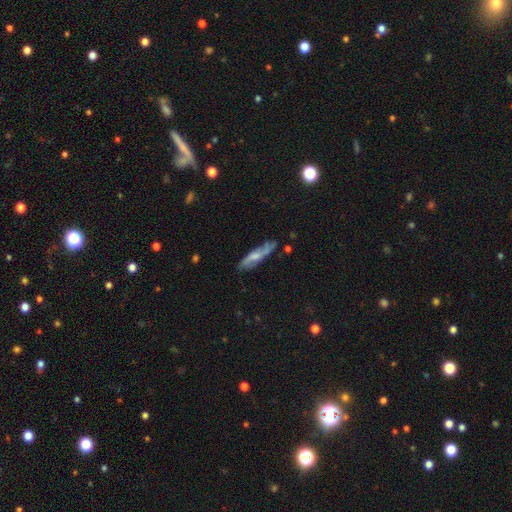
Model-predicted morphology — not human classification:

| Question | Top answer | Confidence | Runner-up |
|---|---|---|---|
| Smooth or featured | featured or disk | 53% | smooth (41%) |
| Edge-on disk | no | 52% | yes (48%) |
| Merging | none | 70% | minor disturbance (22%) |